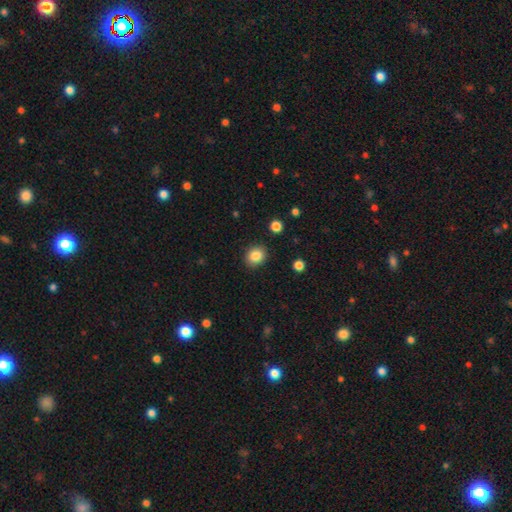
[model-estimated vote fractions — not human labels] The model was most divided on "how rounded": round: 66%, in between: 33%, cigar-shaped: 1%. More confident: merging — none (89%); smooth or featured — smooth (86%).